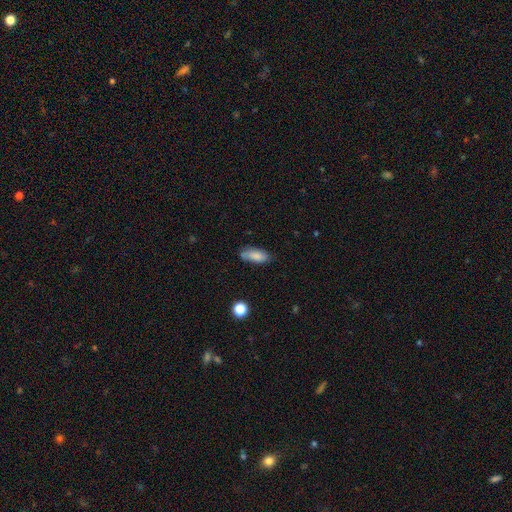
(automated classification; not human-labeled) This appears to be a smooth galaxy with no disk features (80%) that is in between round and cigar-shaped (80%). Merging: none (70%).